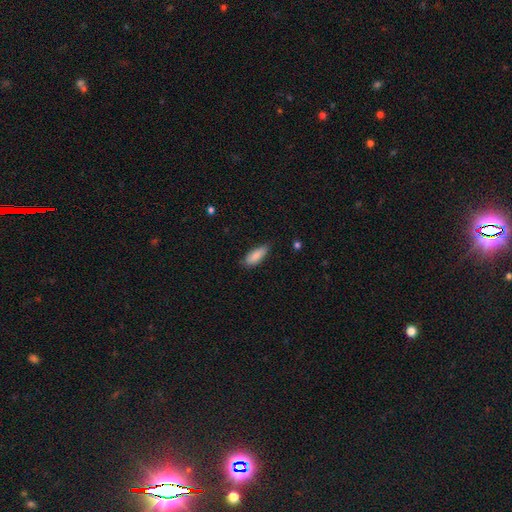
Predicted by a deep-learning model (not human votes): smooth 87%, featured or disk 7%, star or artifact 6%. Down the decision tree: how rounded — in between (73%); merging — none (70%).